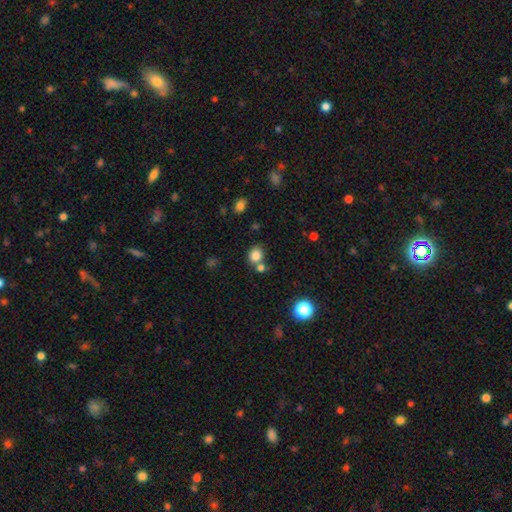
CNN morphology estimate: This is clearly a smooth galaxy (81%). How rounded: likely round (68%). Merging: likely none (63%).